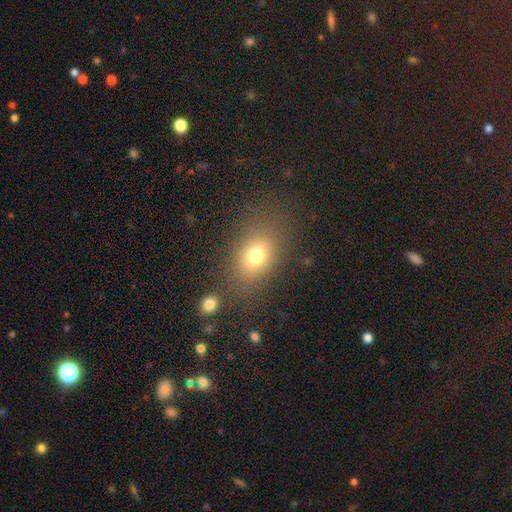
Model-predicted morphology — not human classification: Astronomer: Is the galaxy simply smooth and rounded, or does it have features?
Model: smooth — 73%.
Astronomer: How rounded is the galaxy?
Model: in between — 71%.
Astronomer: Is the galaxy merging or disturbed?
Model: none — 77%.